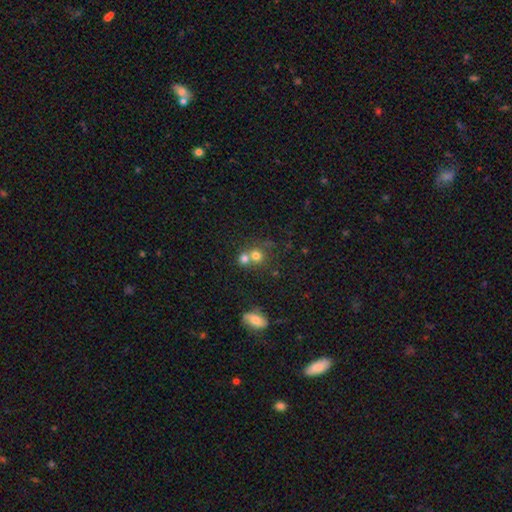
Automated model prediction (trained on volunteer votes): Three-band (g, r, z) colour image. It shows a smooth galaxy with no disk features (72%) that is round (82%). Merging: merger (49%).